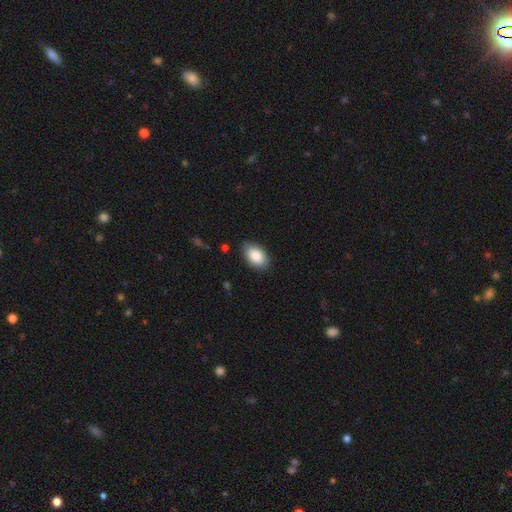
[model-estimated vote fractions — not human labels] Smooth or featured?
  - smooth: 87% *
  - featured or disk: 7%
  - star or artifact: 6%
How rounded?
  - in between: 92% *
  - round: 7%
  - cigar-shaped: 1%
Merging?
  - none: 86% *
  - minor disturbance: 11%
  - major disturbance: 2%
  - merger: 1%